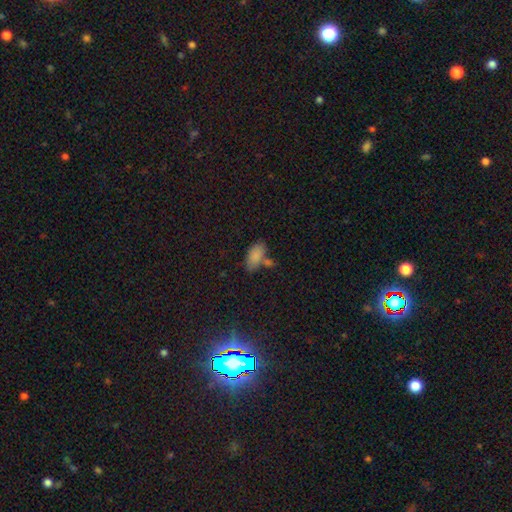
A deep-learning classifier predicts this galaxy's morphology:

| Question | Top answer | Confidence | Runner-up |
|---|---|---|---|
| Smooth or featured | smooth | 83% | star or artifact (9%) |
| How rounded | in between | 91% | cigar-shaped (5%) |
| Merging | none | 50% | merger (26%) |